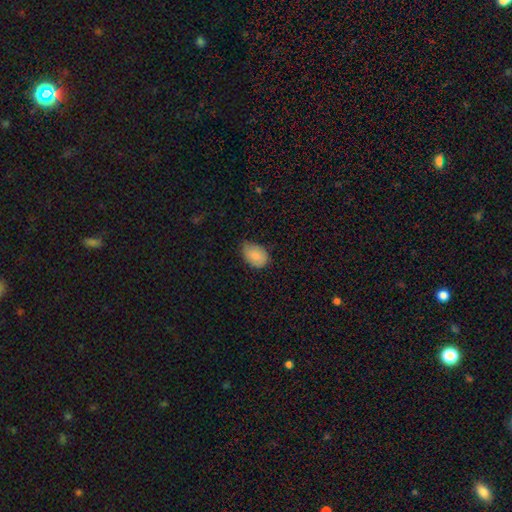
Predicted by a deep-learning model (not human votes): Q: Smooth or featured?
A: smooth (82%); runner-up: featured or disk (11%)
Q: How rounded?
A: in between (81%); runner-up: round (18%)
Q: Merging?
A: none (56%); runner-up: minor disturbance (37%)